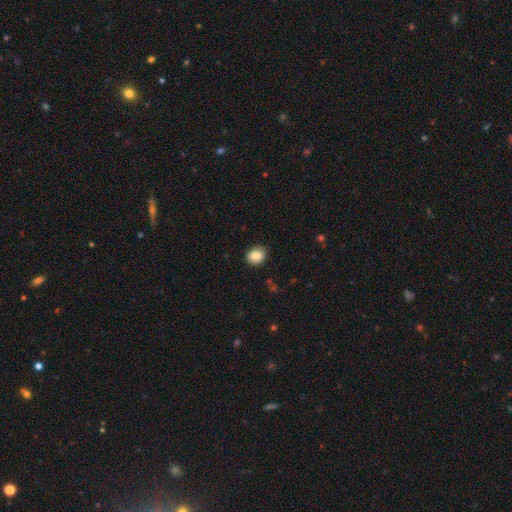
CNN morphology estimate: smooth_or_featured: smooth (p=0.85) [alt: star or artifact p=0.08]
how_rounded: round (p=0.56) [alt: in between p=0.43]
merging: none (p=0.87) [alt: minor disturbance p=0.10]